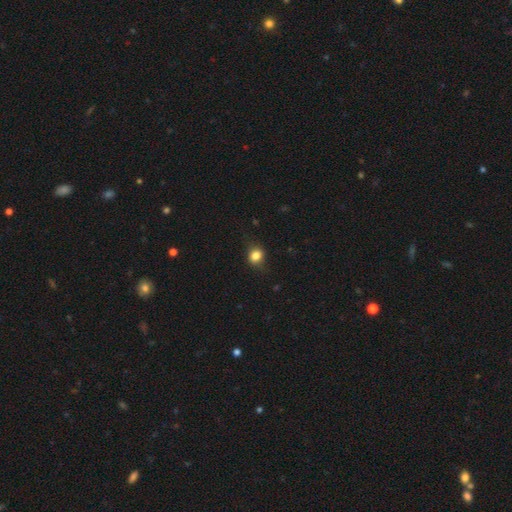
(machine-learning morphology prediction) smooth-or-featured: smooth: 82% | star or artifact: 11% | featured or disk: 7%
  how-rounded: round: 59% | in between: 40% | cigar-shaped: 1%
  merging: none: 75% | minor disturbance: 19% | major disturbance: 5% | merger: 1%